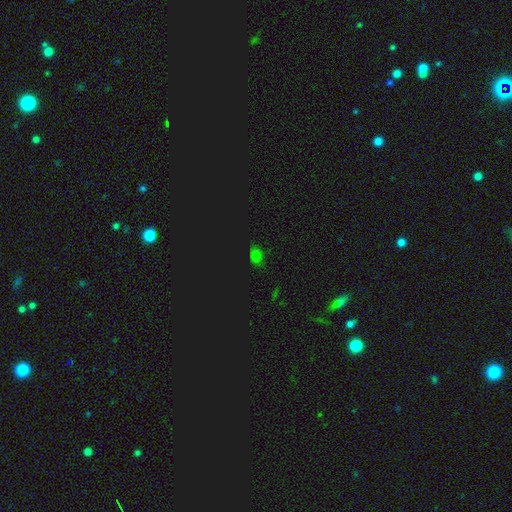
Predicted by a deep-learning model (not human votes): This is possibly a smooth galaxy (56%). How rounded: likely in between (65%). Merging: likely none (79%).